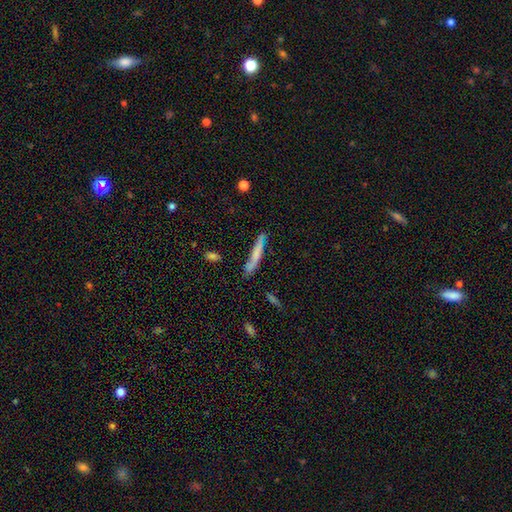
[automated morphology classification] The model was most divided on "smooth or featured": smooth: 60%, featured or disk: 33%, star or artifact: 7%. More confident: how rounded — cigar-shaped (94%); merging — none (72%).